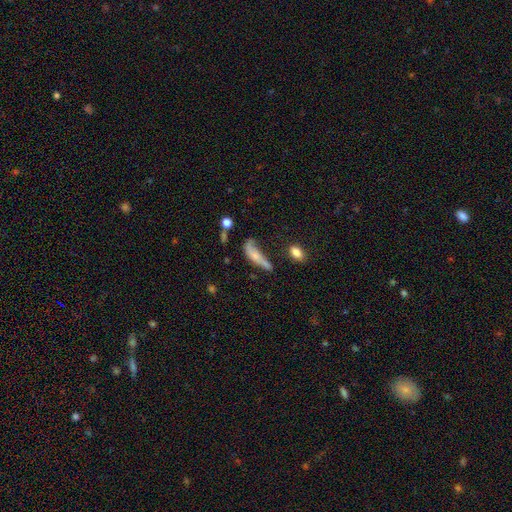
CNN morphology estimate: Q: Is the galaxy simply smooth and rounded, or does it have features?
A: smooth — 51%.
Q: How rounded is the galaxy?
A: cigar-shaped — 53%.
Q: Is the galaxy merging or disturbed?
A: major disturbance — 33%.